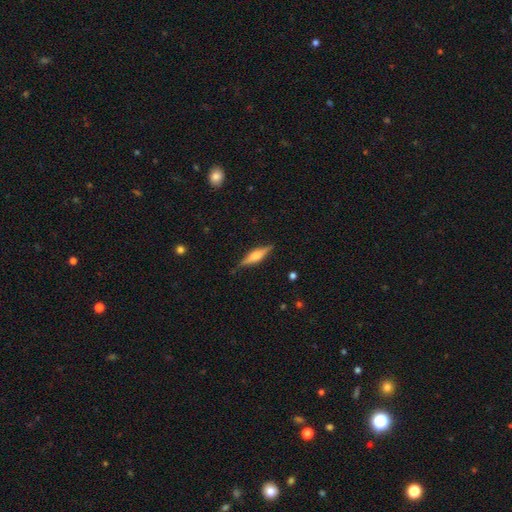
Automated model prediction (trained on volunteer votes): Smooth or featured: featured or disk — 66% (smooth — 27%)
Edge-on disk: yes — 97% (no — 3%)
Edge-on bulge: rounded — 75% (boxy — 21%)
Merging: none — 86% (minor disturbance — 10%)